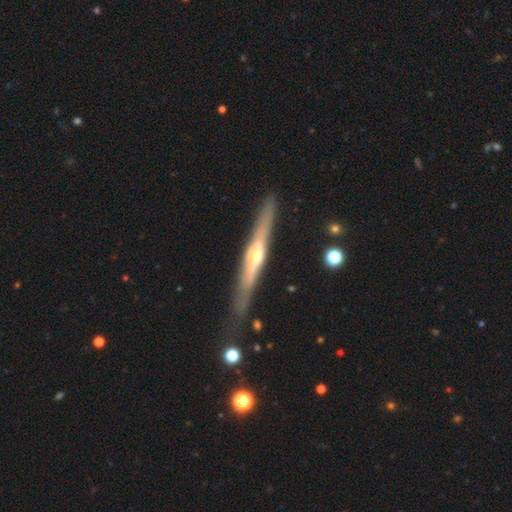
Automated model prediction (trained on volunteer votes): featured or disk 73%, smooth 21%, star or artifact 6%. Down the decision tree: edge-on disk — yes (96%); edge-on bulge — rounded (79%); merging — none (83%).